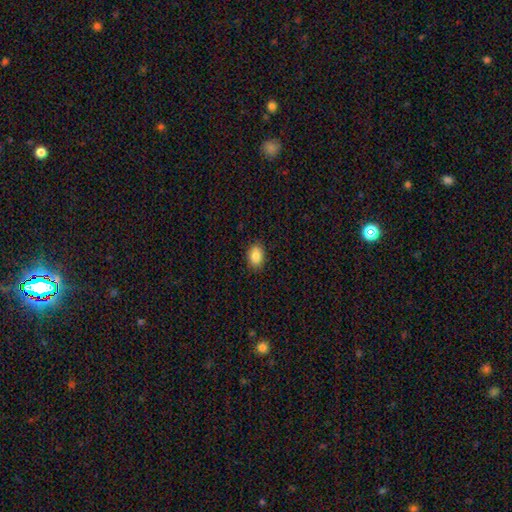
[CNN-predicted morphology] Smooth or featured: smooth — 86% (star or artifact — 8%)
How rounded: in between — 80% (round — 19%)
Merging: none — 89% (minor disturbance — 8%)